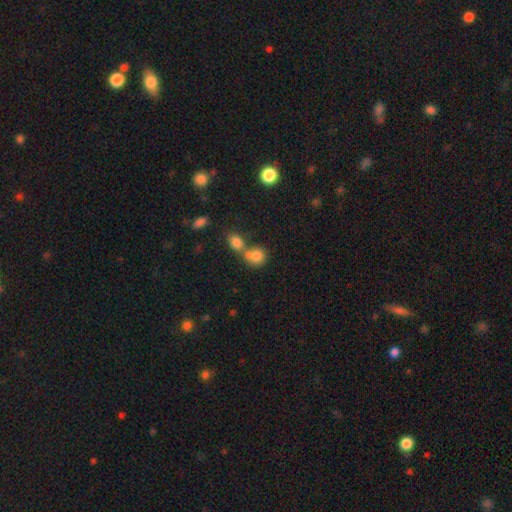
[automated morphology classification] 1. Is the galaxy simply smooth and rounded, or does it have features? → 80% smooth, 10% star or artifact, 9% featured or disk.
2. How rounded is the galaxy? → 68% round, 31% in between, 1% cigar-shaped.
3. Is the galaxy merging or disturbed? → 52% merger, 35% none, 8% minor disturbance, 4% major disturbance.